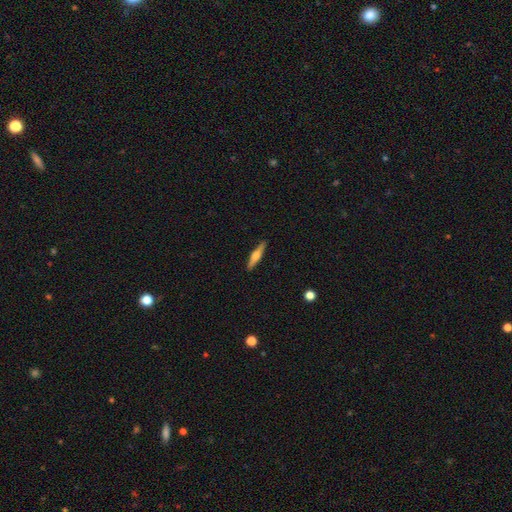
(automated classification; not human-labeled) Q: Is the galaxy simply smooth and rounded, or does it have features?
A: featured or disk — 61%.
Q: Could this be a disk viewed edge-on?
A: yes — 97%.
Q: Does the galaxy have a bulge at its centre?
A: rounded — 89%.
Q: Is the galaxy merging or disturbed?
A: none — 90%.